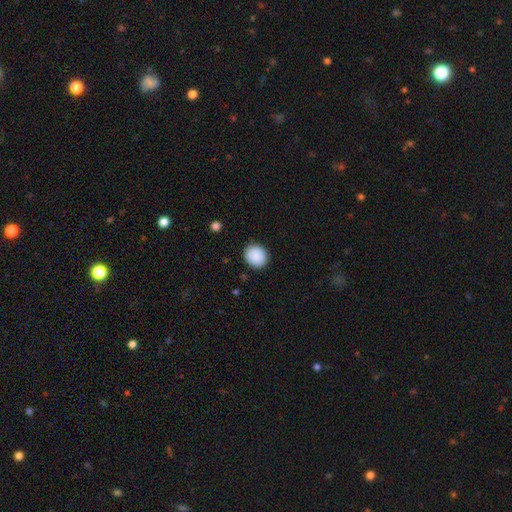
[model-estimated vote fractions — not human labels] Morphology: type=smooth (90%); roundness=round (82%); merging=none (89%).